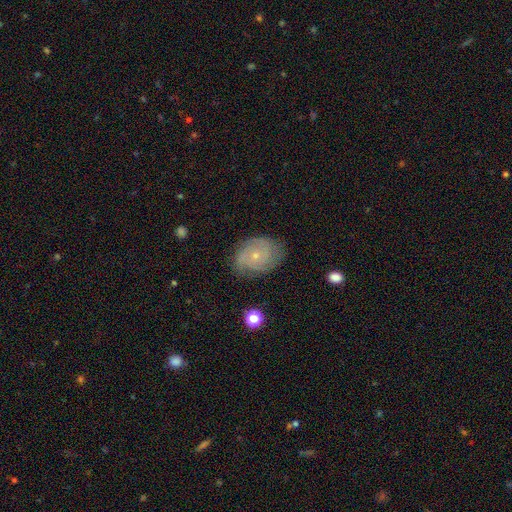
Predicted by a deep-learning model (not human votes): A featured or disk galaxy (64%) with no bar (81%), 2 (35%) tight (56%) spiral arms (87%) and a small central bulge (75%). Merging: none (74%).